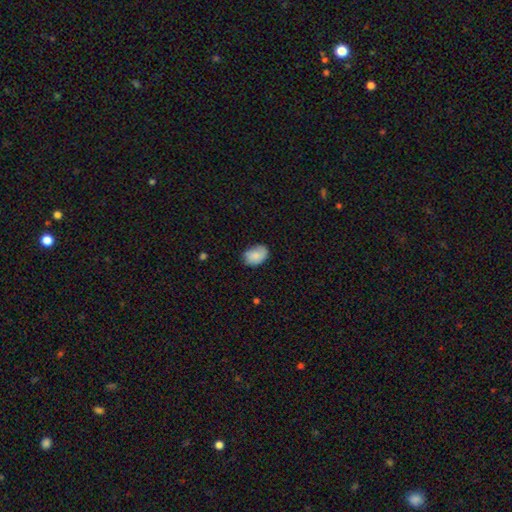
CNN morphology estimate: Q: Smooth or featured?
A: smooth (83%); runner-up: featured or disk (10%)
Q: How rounded?
A: in between (81%); runner-up: round (18%)
Q: Merging?
A: none (73%); runner-up: minor disturbance (22%)